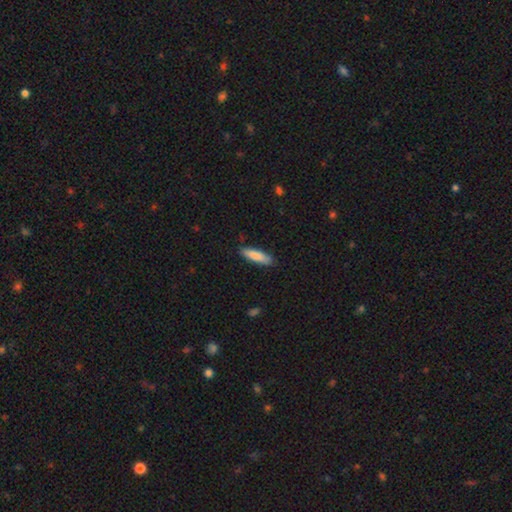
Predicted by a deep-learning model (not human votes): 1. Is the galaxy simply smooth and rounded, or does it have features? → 84% smooth, 10% featured or disk, 6% star or artifact.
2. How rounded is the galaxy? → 64% cigar-shaped, 34% in between, 1% round.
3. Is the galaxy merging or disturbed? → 86% none, 11% minor disturbance, 2% major disturbance, 1% merger.